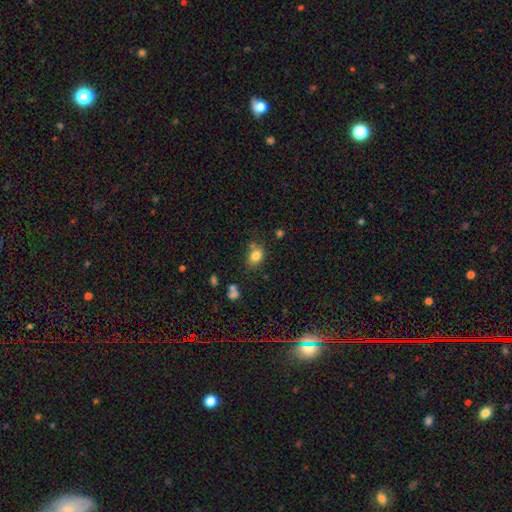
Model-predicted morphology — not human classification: Smooth or featured: smooth — 81% (star or artifact — 11%)
How rounded: in between — 61% (round — 38%)
Merging: none — 67% (minor disturbance — 18%)